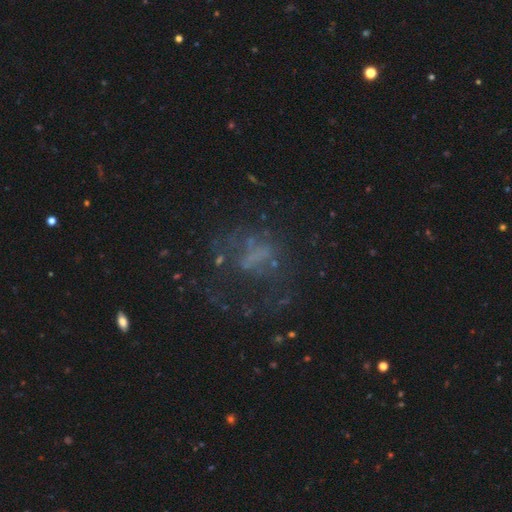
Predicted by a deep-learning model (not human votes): Smooth or featured? featured or disk (46%)
Merging? none (44%)